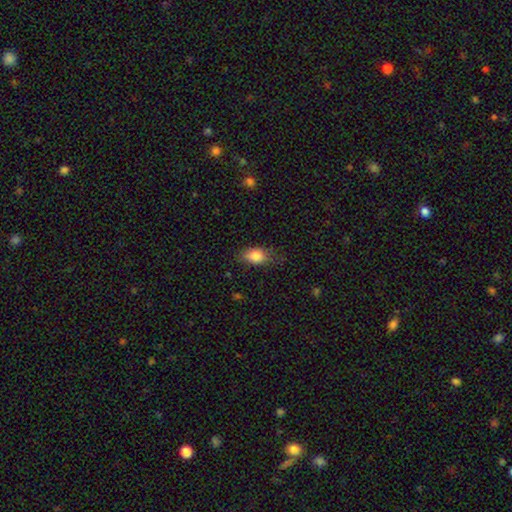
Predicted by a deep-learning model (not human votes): Morphology: type=smooth (83%); roundness=in between (84%); merging=none (67%).